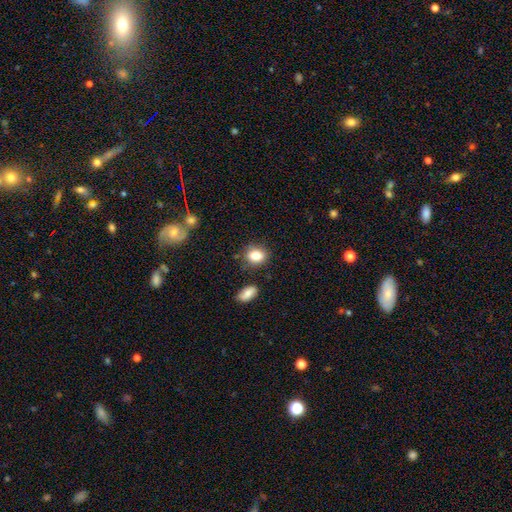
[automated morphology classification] Smooth or featured?
  - smooth: 85% *
  - star or artifact: 9%
  - featured or disk: 6%
How rounded?
  - in between: 58% *
  - round: 41%
  - cigar-shaped: 1%
Merging?
  - none: 75% *
  - minor disturbance: 15%
  - merger: 6%
  - major disturbance: 4%